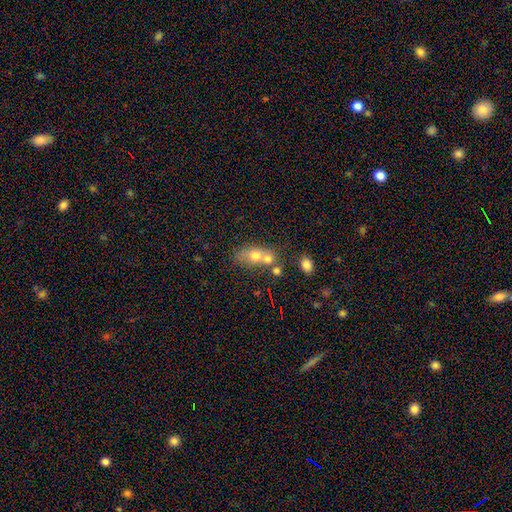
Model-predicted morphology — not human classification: Q: Smooth or featured?
A: smooth (65%); runner-up: featured or disk (23%)
Q: How rounded?
A: in between (59%); runner-up: round (36%)
Q: Merging?
A: merger (53%); runner-up: none (30%)